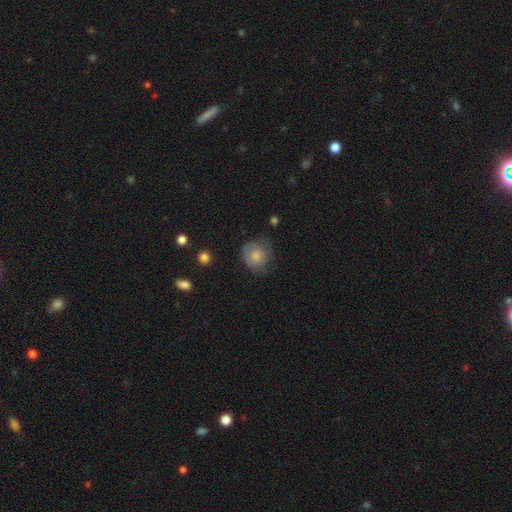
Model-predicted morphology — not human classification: A smooth galaxy with no disk features (65%) that is round (75%). Merging: none (53%).